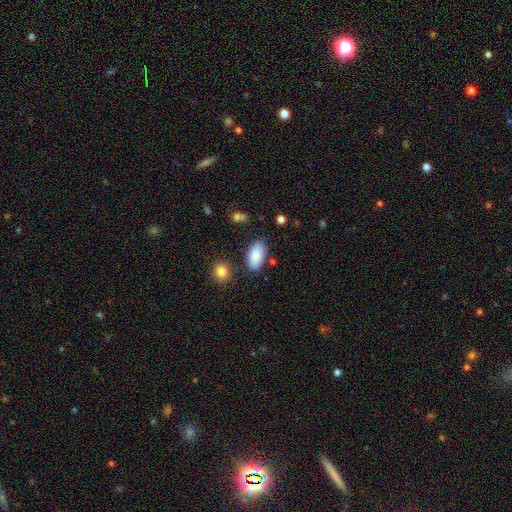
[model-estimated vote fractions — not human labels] Smooth or featured? smooth (87%)
How rounded? in between (94%)
Merging? none (80%)